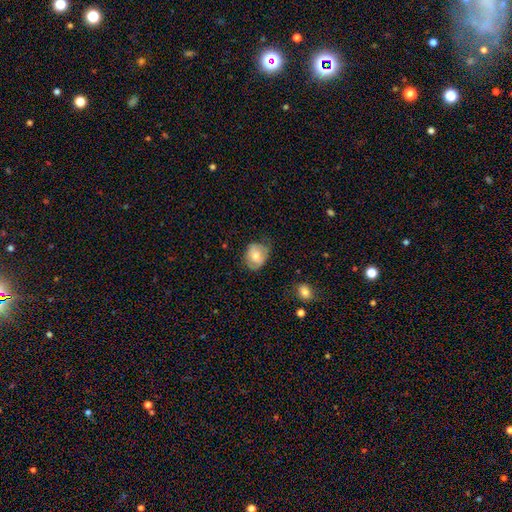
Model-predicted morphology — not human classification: The model was most divided on "how rounded": in between: 50%, round: 49%, cigar-shaped: 1%. More confident: smooth or featured — smooth (64%); merging — none (58%).